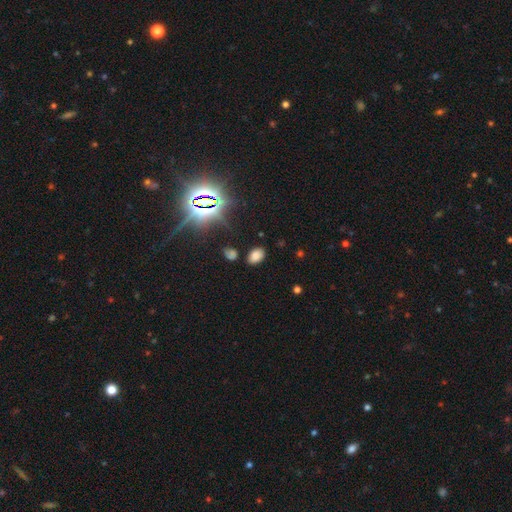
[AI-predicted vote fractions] smooth-or-featured: smooth: 72% | star or artifact: 22% | featured or disk: 6%
  how-rounded: in between: 86% | round: 13% | cigar-shaped: 1%
  merging: none: 84% | minor disturbance: 10% | major disturbance: 3% | merger: 3%